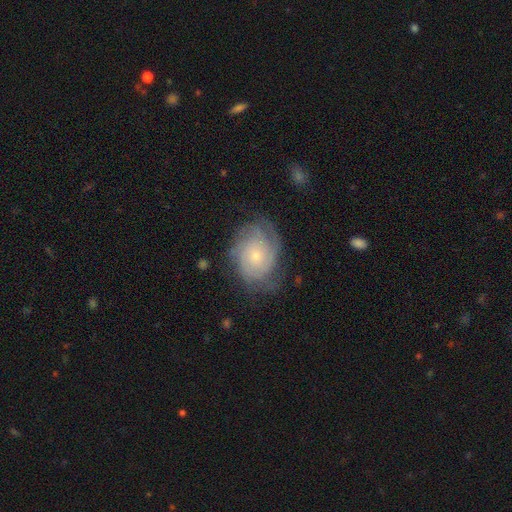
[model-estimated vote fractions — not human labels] Smooth or featured: featured or disk — 75% (smooth — 18%)
Edge-on disk: no — 97% (yes — 3%)
Bar: no — 82% (weak — 16%)
Spiral arms: yes — 93% (no — 7%)
Spiral winding: tight — 65% (medium — 27%)
Spiral arm count: can't tell — 36% (3 — 23%)
Bulge size: small — 71% (moderate — 25%)
Merging: none — 68% (minor disturbance — 21%)